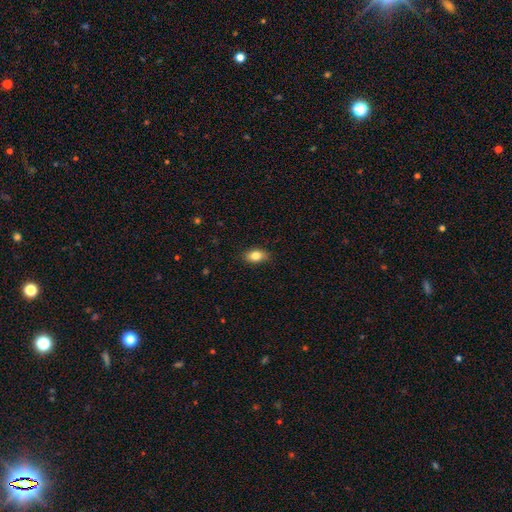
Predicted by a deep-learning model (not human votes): A smooth galaxy with no disk features (83%) that is in between round and cigar-shaped (88%). Merging: none (88%).